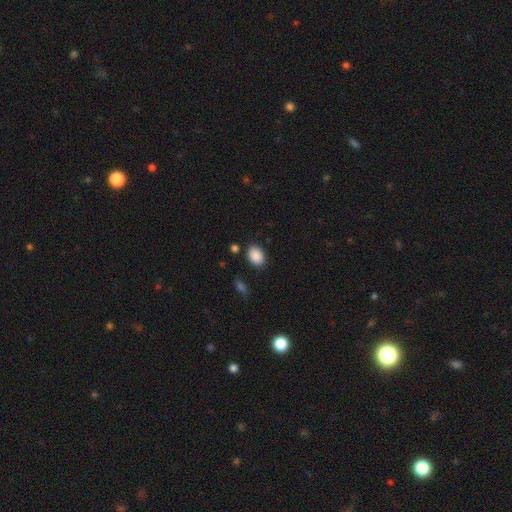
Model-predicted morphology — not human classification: Smooth or featured?
  - smooth: 89% *
  - star or artifact: 8%
  - featured or disk: 3%
How rounded?
  - in between: 79% *
  - round: 20%
  - cigar-shaped: 1%
Merging?
  - none: 83% *
  - minor disturbance: 11%
  - major disturbance: 3%
  - merger: 3%